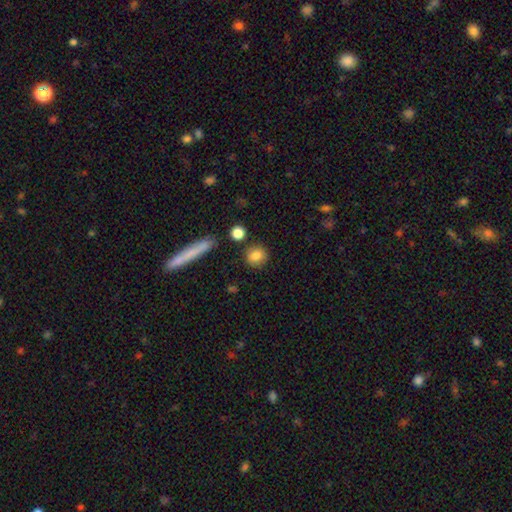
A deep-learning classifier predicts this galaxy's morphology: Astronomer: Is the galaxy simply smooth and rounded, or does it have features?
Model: smooth — 84%.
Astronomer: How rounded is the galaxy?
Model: round — 79%.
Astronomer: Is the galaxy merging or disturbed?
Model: none — 84%.